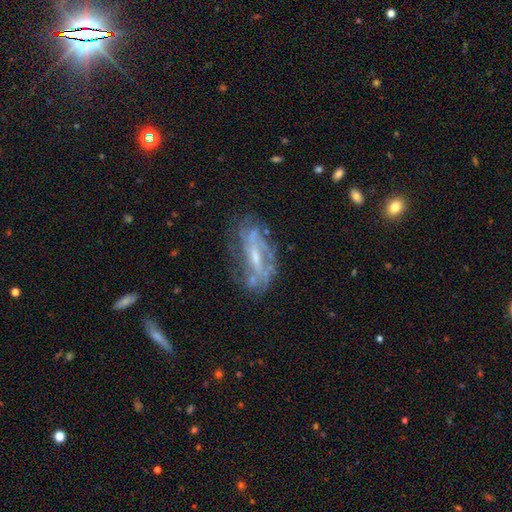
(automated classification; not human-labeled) A featured or disk galaxy (75%) with a weak bar (40%), spiral arms (68%) and a small central bulge (51%). Merging: none (58%).